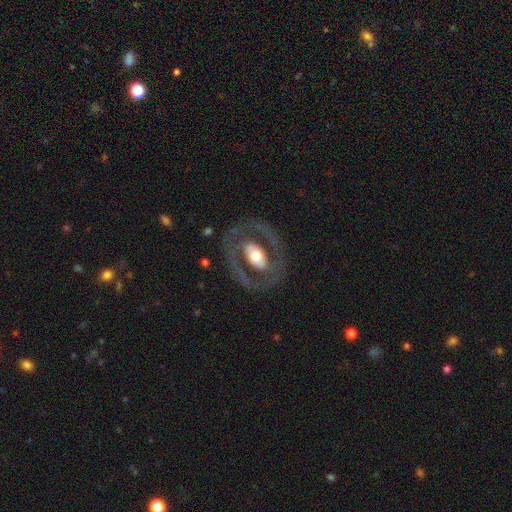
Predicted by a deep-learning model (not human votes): A featured or disk galaxy (72%) with no bar (48%), no spiral arms (51%) and a moderate central bulge (58%).

Vote fractions:
- Smooth or featured? featured or disk: 72% / smooth: 23% / star or artifact: 5%
- Edge-on disk? no: 94% / yes: 6%
- Bar? no: 48% / weak: 26% / strong: 26%
- Spiral arms? no: 51% / yes: 49%
- Bulge size? moderate: 58% / large: 27% / small: 11% / dominant: 3% / none: 1%
- Merging? none: 76% / minor disturbance: 12% / major disturbance: 11% / merger: 1%